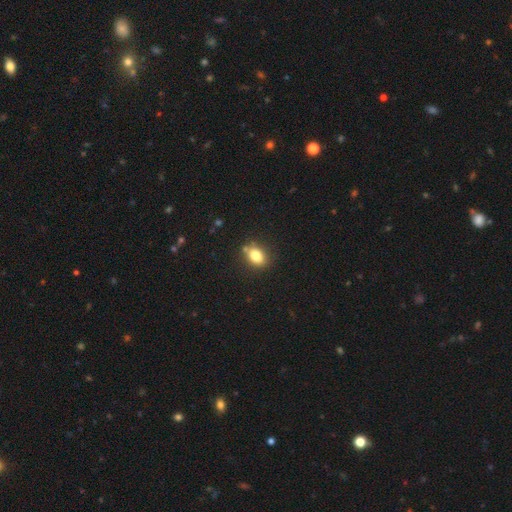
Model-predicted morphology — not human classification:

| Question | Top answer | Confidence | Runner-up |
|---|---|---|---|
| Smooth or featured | smooth | 81% | star or artifact (10%) |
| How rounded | in between | 70% | round (29%) |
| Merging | none | 77% | minor disturbance (14%) |